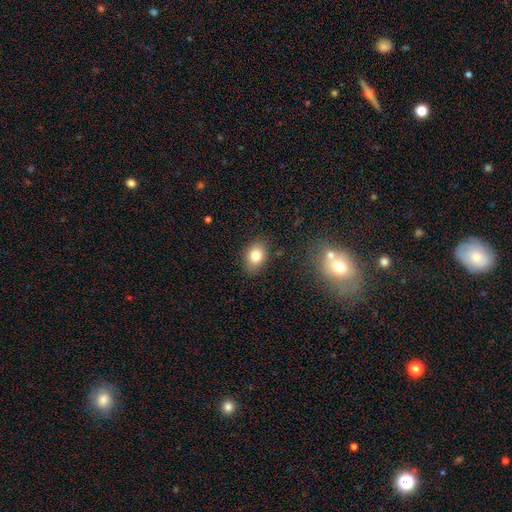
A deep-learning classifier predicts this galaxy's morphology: Q: Smooth or featured?
A: smooth (80%); runner-up: star or artifact (10%)
Q: How rounded?
A: in between (71%); runner-up: round (28%)
Q: Merging?
A: none (84%); runner-up: minor disturbance (11%)